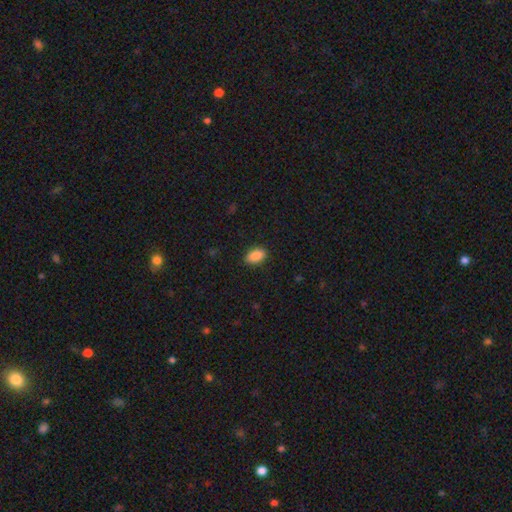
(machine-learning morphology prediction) smooth-or-featured: smooth: 88% | star or artifact: 8% | featured or disk: 4%
  how-rounded: in between: 91% | round: 7% | cigar-shaped: 3%
  merging: none: 86% | minor disturbance: 11% | major disturbance: 2% | merger: 1%